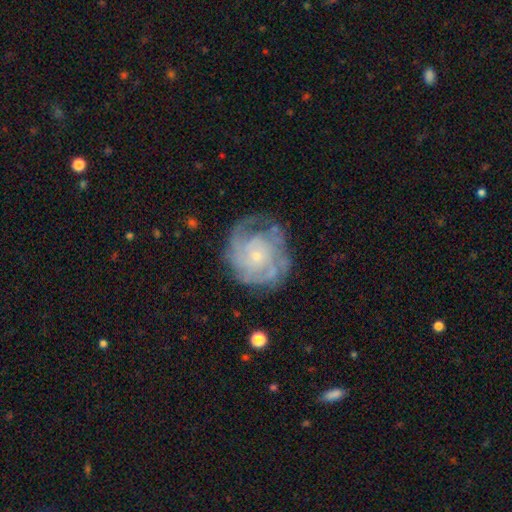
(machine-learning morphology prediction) smooth_or_featured: featured or disk (p=0.82) [alt: smooth p=0.12]
disk_edge_on: no (p=0.98) [alt: yes p=0.02]
bar: no (p=0.80) [alt: weak p=0.17]
has_spiral_arms: yes (p=0.91) [alt: no p=0.09]
spiral_winding: tight (p=0.62) [alt: medium p=0.30]
spiral_arm_count: can't tell (p=0.36) [alt: 3 p=0.20]
bulge_size: small (p=0.80) [alt: moderate p=0.15]
merging: none (p=0.65) [alt: minor disturbance p=0.20]